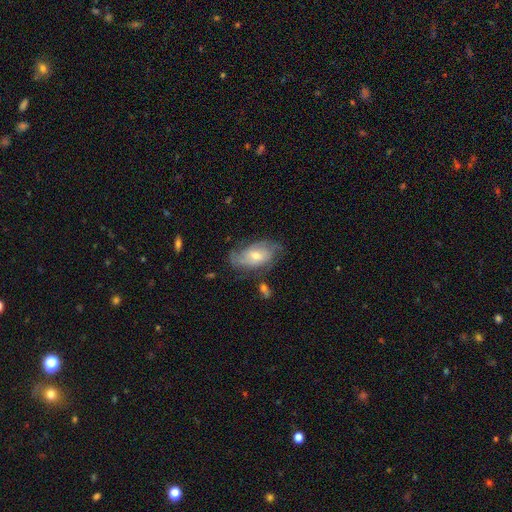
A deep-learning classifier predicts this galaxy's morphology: Overall: featured or disk (67%). Edge-on disk: no (95%). Bar: no (58%; weak 35%). Spiral arms: yes (87%). Spiral arm count: 2 (42%; can't tell 33%). Spiral winding: tight (42%; medium 40%). Bulge size: moderate (52%; small 41%). Merging: none (61%; minor disturbance 24%).